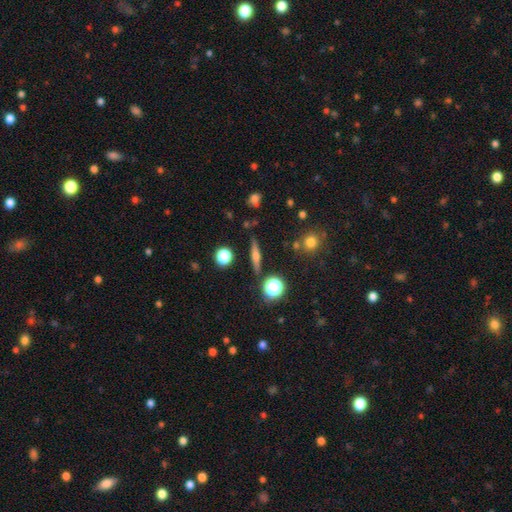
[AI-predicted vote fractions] This is possibly a featured or disk galaxy (49%). Merging: clearly none (86%).